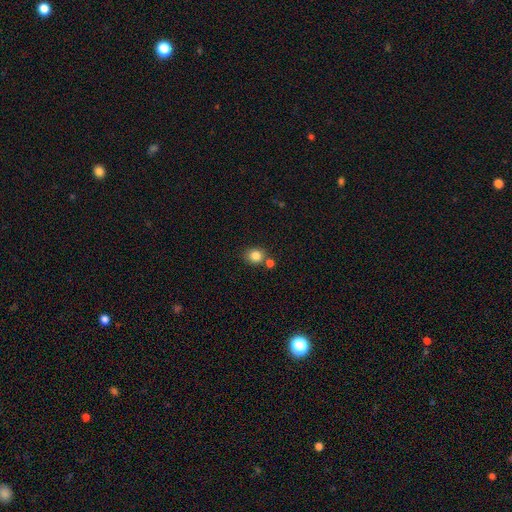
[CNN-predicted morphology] Smooth or featured: smooth — 84% (star or artifact — 11%)
How rounded: round — 77% (in between — 22%)
Merging: none — 69% (merger — 18%)